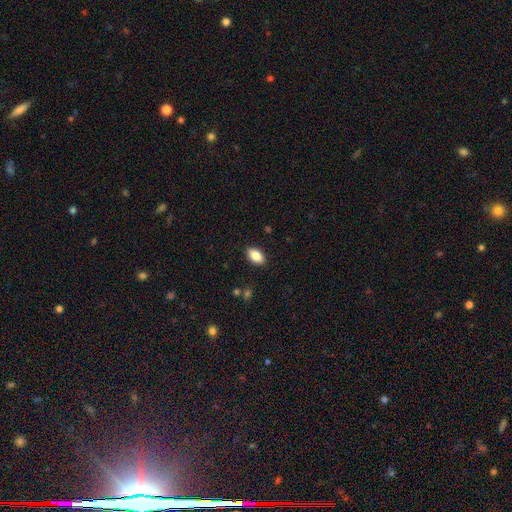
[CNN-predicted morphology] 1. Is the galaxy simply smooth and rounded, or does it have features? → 87% smooth, 7% star or artifact, 6% featured or disk.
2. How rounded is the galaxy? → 92% in between, 6% round, 2% cigar-shaped.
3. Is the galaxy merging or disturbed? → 88% none, 9% minor disturbance, 2% major disturbance, 1% merger.